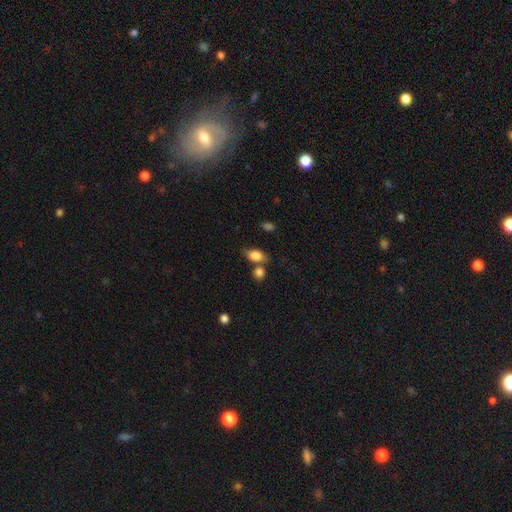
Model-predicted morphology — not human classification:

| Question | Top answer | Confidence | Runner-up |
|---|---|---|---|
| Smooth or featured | smooth | 81% | featured or disk (11%) |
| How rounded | in between | 82% | round (14%) |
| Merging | none | 60% | merger (20%) |